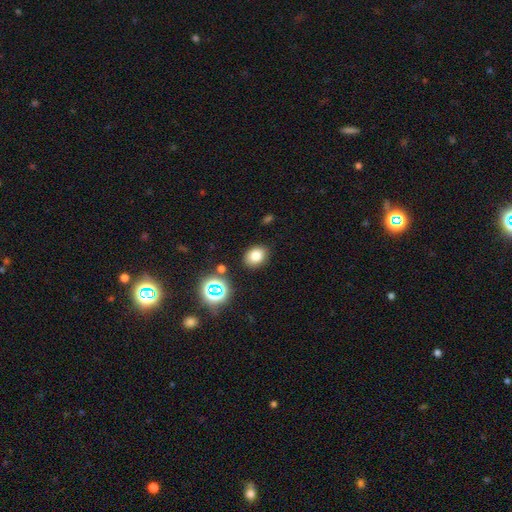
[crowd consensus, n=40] Volunteers were most divided on "how rounded": in between: 71%, round: 29%, cigar-shaped: 0%. More confident: smooth or featured — smooth (78%); merging — none (75%).